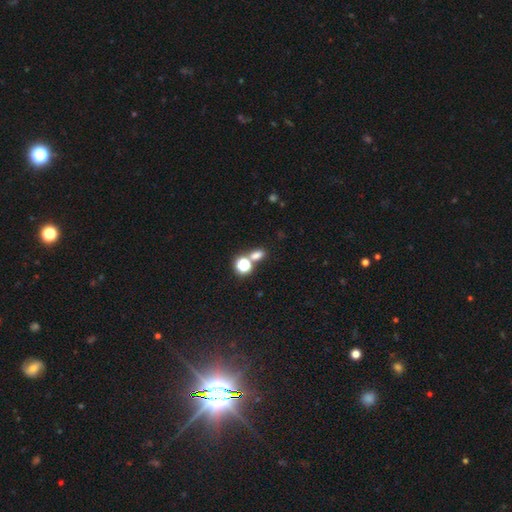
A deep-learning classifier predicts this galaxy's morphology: A smooth galaxy with no disk features (69%) that is in between round and cigar-shaped (62%). Merging: none (57%).